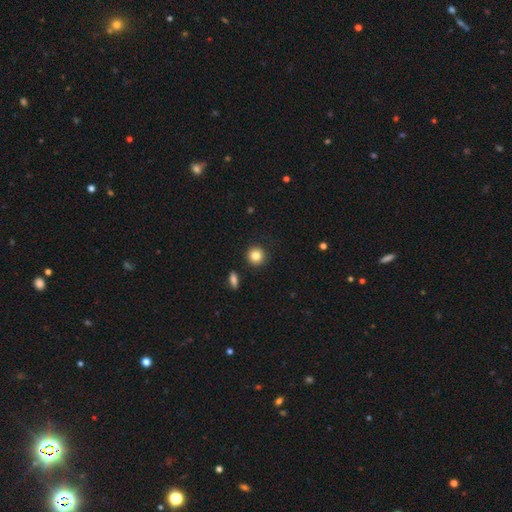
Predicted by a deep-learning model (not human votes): A smooth galaxy with no disk features (83%) that is round (92%).

Vote fractions:
- Smooth or featured? smooth: 83% / star or artifact: 10% / featured or disk: 7%
- How rounded? round: 92% / in between: 7% / cigar-shaped: 1%
- Merging? none: 90% / minor disturbance: 6% / merger: 2% / major disturbance: 2%